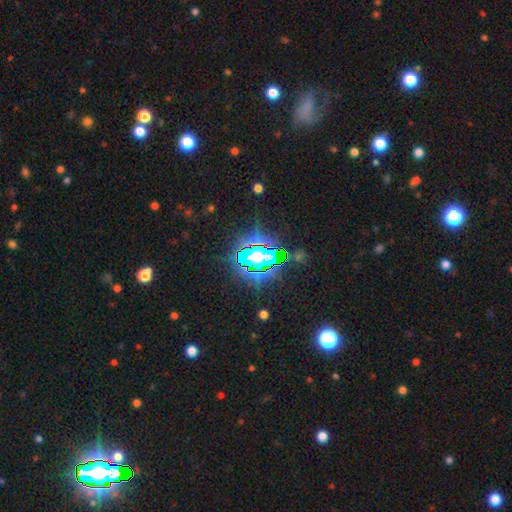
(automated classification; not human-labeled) A star or artifact, not a galaxy (79%).

Vote fractions:
- Smooth or featured? star or artifact: 79% / smooth: 12% / featured or disk: 9%